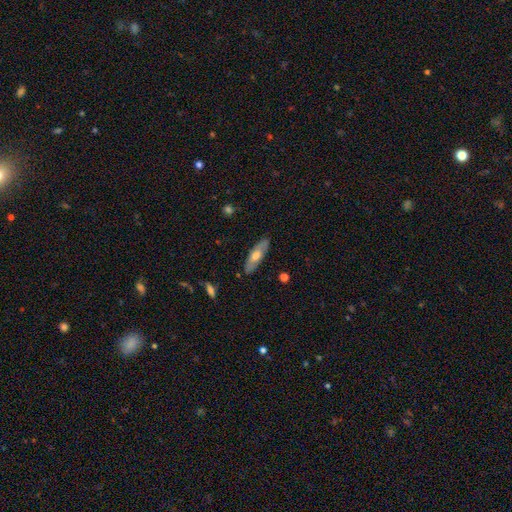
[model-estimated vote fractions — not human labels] Overall: smooth (52%; featured or disk 42%). How rounded: in between (51%; cigar-shaped 47%). Merging: none (85%).